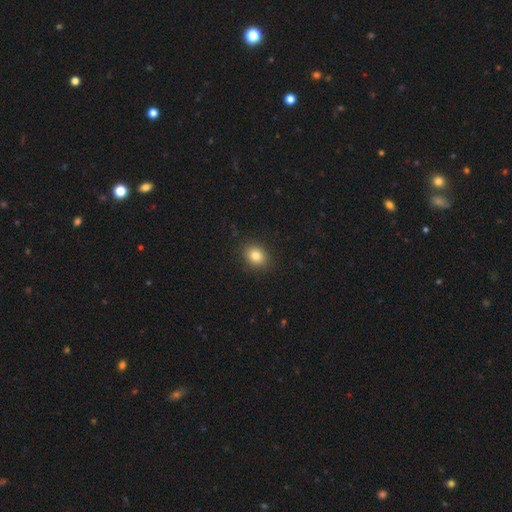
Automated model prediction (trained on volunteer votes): smooth 82%, star or artifact 11%, featured or disk 7%. Down the decision tree: how rounded — round (55%); merging — none (89%).